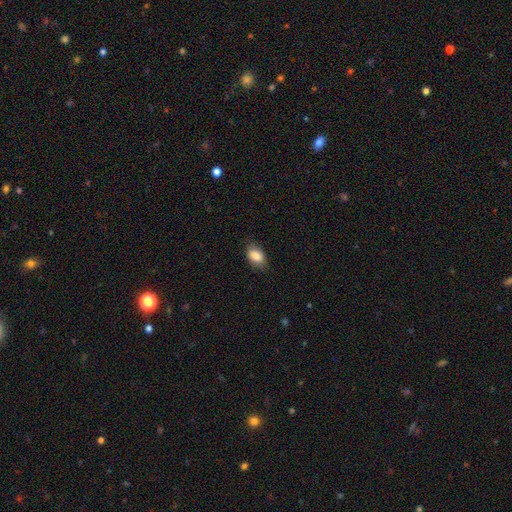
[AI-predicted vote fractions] Smooth or featured?
  - smooth: 84% *
  - featured or disk: 9%
  - star or artifact: 7%
How rounded?
  - in between: 89% *
  - round: 9%
  - cigar-shaped: 2%
Merging?
  - none: 78% *
  - minor disturbance: 17%
  - major disturbance: 4%
  - merger: 1%